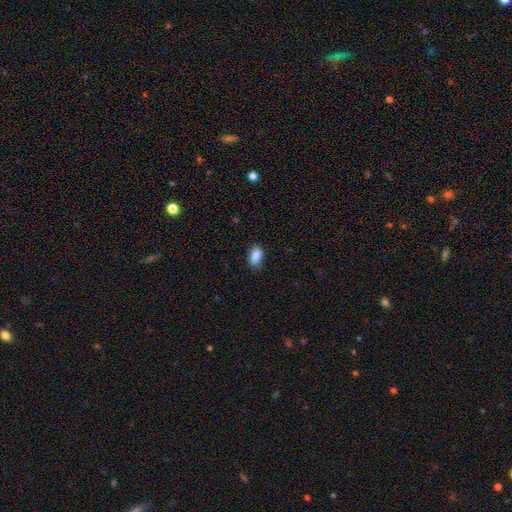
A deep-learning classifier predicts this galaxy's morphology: smooth-or-featured: smooth: 89% | star or artifact: 8% | featured or disk: 4%
  how-rounded: in between: 90% | round: 8% | cigar-shaped: 2%
  merging: none: 78% | minor disturbance: 18% | major disturbance: 3% | merger: 1%